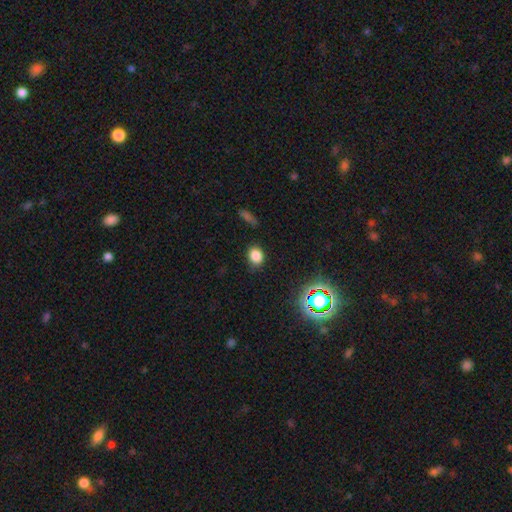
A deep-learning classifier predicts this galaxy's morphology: Smooth or featured? smooth (80%)
How rounded? in between (51%)
Merging? none (81%)